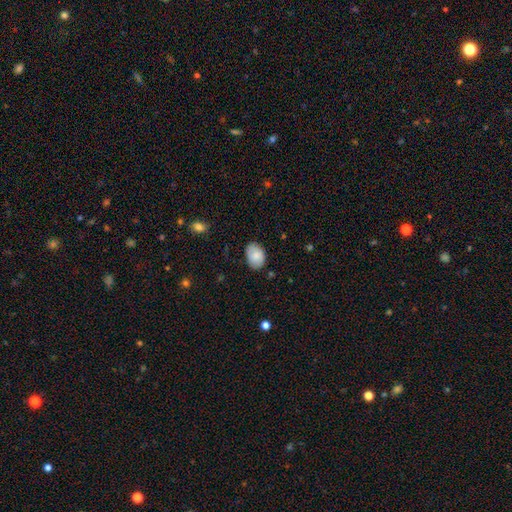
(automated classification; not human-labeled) Overall: smooth (85%). How rounded: in between (83%). Merging: none (80%).